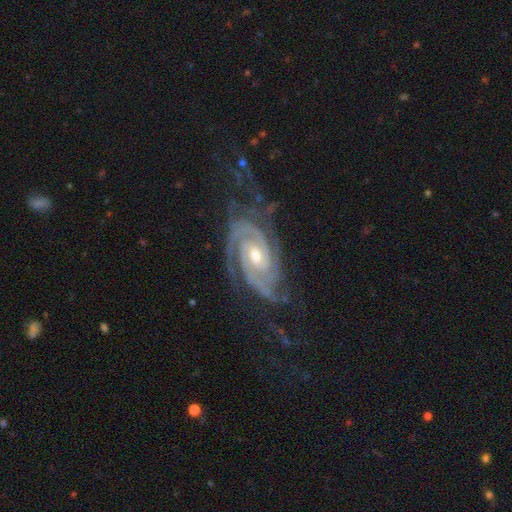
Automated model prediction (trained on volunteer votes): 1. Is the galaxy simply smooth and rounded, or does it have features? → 93% featured or disk, 4% star or artifact, 3% smooth.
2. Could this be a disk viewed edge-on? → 97% no, 3% yes.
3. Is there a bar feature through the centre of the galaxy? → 46% no, 38% weak, 16% strong.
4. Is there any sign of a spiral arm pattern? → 99% yes, 1% no.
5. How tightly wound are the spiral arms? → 73% tight, 24% medium, 4% loose.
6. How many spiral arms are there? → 46% 2, 23% 3, 11% can't tell, 9% 4, 5% more than 4, 5% 1.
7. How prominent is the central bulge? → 68% moderate, 24% small, 6% large, 1% none, 1% dominant.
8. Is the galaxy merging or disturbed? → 67% none, 20% minor disturbance, 11% major disturbance, 1% merger.